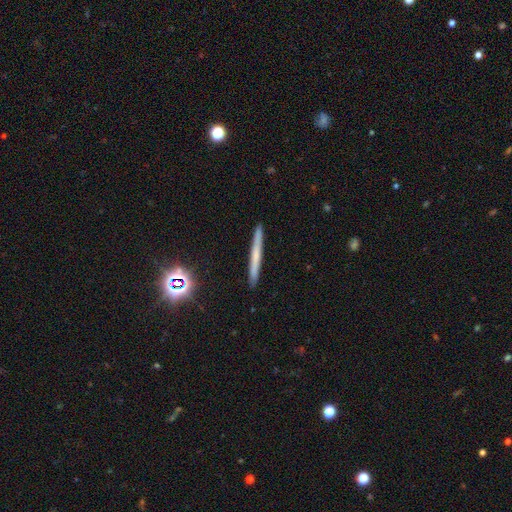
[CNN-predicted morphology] Smooth or featured? Predicted: smooth (p=0.51). How rounded? Predicted: cigar-shaped (p=0.96). Merging? Predicted: none (p=0.92).